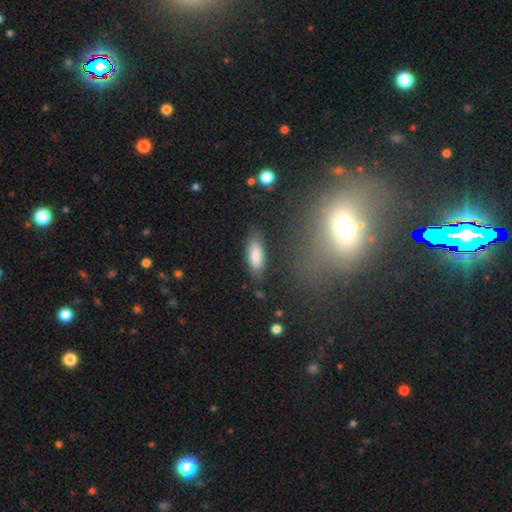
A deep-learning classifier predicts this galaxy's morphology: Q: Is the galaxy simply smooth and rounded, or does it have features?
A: smooth — 83%.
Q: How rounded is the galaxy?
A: in between — 71%.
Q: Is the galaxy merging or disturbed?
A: none — 80%.